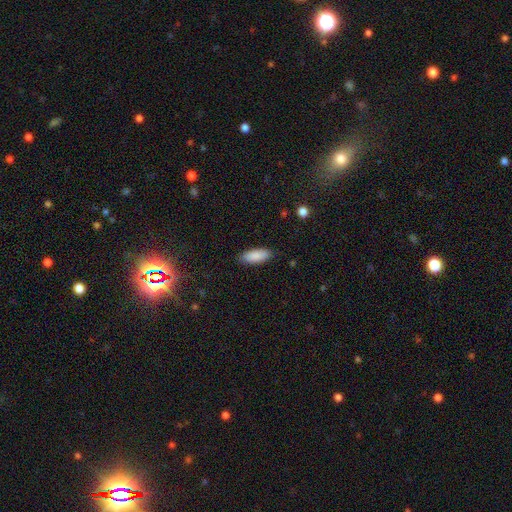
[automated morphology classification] The model was most divided on "how rounded": in between: 77%, cigar-shaped: 21%, round: 2%. More confident: smooth or featured — smooth (89%); merging — none (87%).